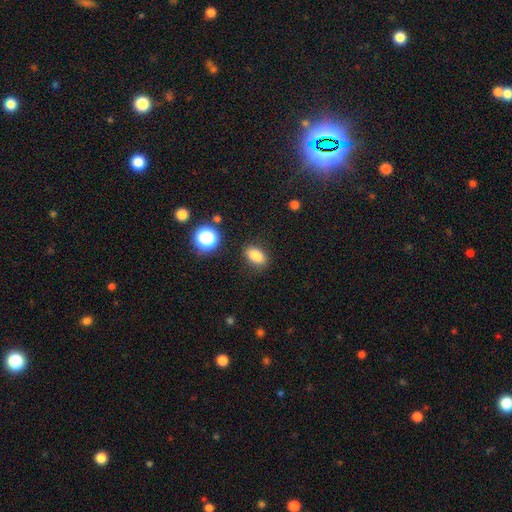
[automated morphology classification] This appears to be a smooth galaxy with no disk features (83%) that is in between round and cigar-shaped (83%). Merging: none (85%).